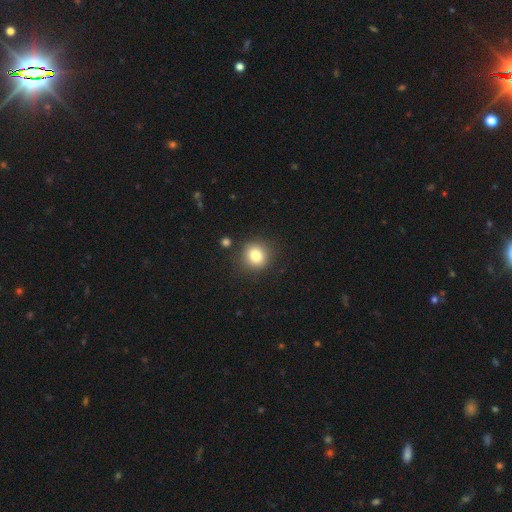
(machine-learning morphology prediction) The model was most divided on "smooth or featured": smooth: 81%, star or artifact: 11%, featured or disk: 8%. More confident: how rounded — round (88%); merging — none (86%).